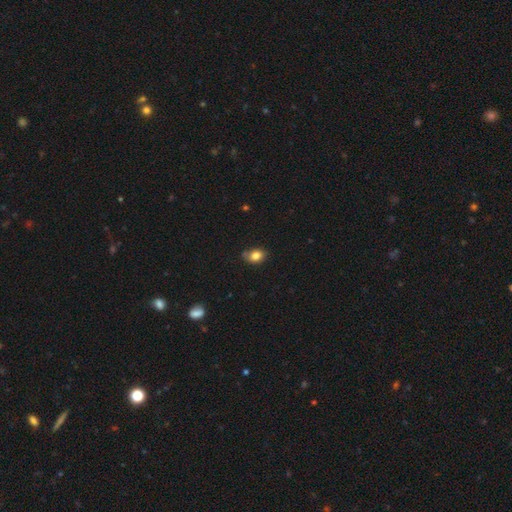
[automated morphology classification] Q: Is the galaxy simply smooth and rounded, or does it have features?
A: smooth — 82%.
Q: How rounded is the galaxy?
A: in between — 70%.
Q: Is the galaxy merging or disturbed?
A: none — 66%.